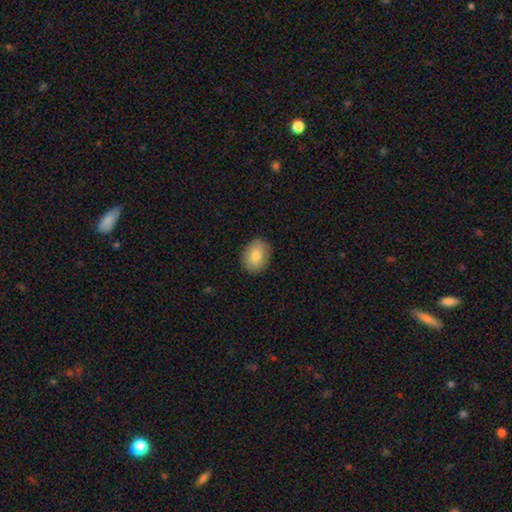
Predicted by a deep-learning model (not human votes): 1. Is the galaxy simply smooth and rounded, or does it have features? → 81% smooth, 12% featured or disk, 7% star or artifact.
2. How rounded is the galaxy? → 69% in between, 30% round, 1% cigar-shaped.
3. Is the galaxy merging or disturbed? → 88% none, 9% minor disturbance, 2% major disturbance, 1% merger.